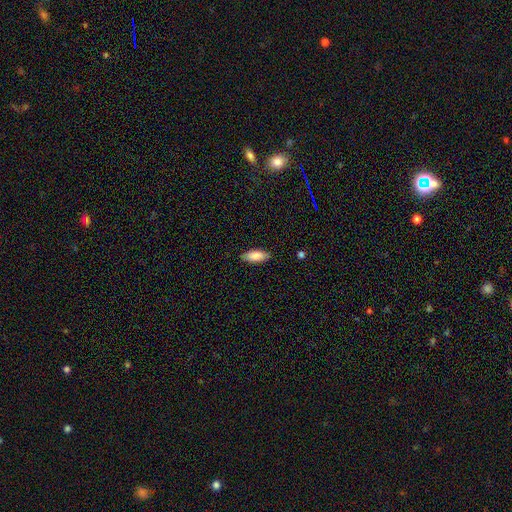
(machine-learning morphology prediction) Q: Smooth or featured?
A: smooth (85%); runner-up: featured or disk (9%)
Q: How rounded?
A: in between (76%); runner-up: cigar-shaped (22%)
Q: Merging?
A: none (87%); runner-up: minor disturbance (10%)